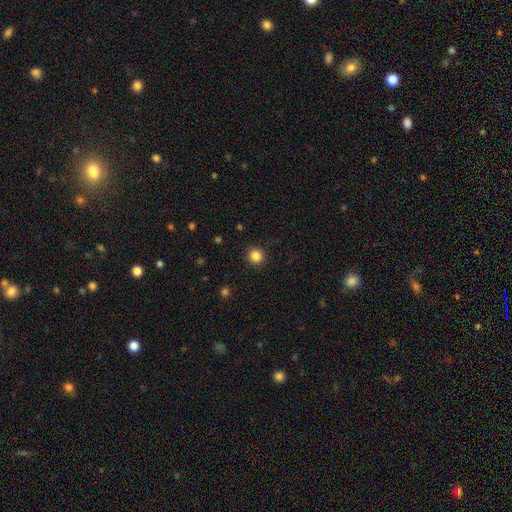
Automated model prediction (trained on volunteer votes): A smooth galaxy with no disk features (85%) that is round (95%).

Vote fractions:
- Smooth or featured? smooth: 85% / star or artifact: 11% / featured or disk: 4%
- How rounded? round: 95% / in between: 4% / cigar-shaped: 1%
- Merging? none: 92% / minor disturbance: 5% / major disturbance: 2% / merger: 1%